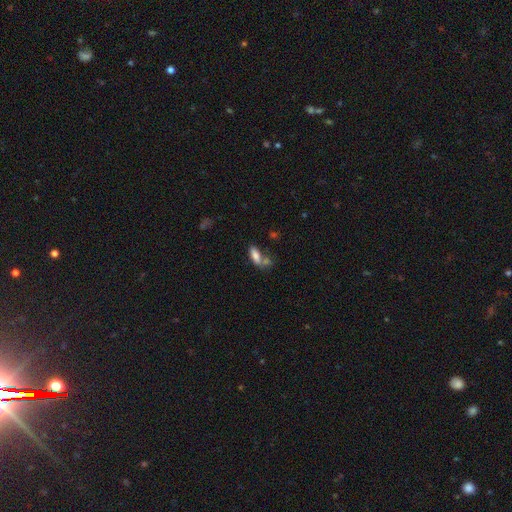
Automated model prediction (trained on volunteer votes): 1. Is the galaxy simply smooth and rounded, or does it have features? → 80% smooth, 11% featured or disk, 9% star or artifact.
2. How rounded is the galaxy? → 76% in between, 22% cigar-shaped, 3% round.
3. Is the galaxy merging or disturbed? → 43% none, 34% merger, 16% minor disturbance, 7% major disturbance.